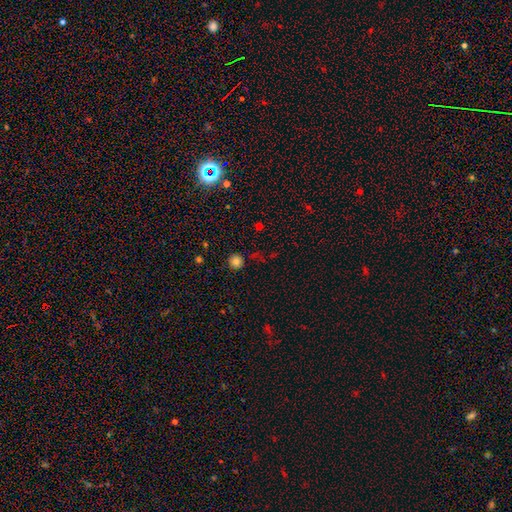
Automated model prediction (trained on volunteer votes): A smooth galaxy with no disk features (64%) that is round (88%). Merging: none (82%).